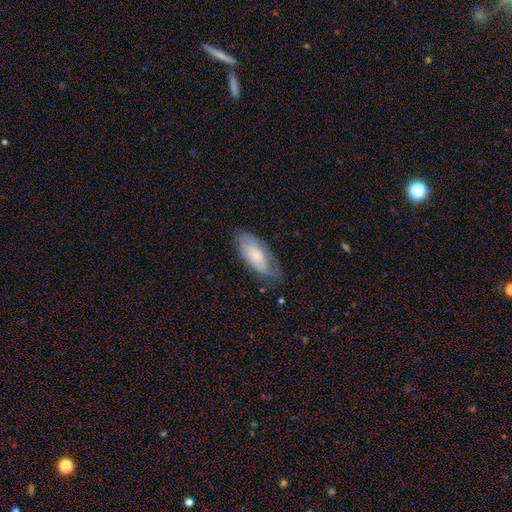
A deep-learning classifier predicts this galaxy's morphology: A smooth galaxy with no disk features (52%) that is in between round and cigar-shaped (85%).

Vote fractions:
- Smooth or featured? smooth: 52% / featured or disk: 41% / star or artifact: 7%
- How rounded? in between: 85% / cigar-shaped: 13% / round: 2%
- Merging? none: 60% / minor disturbance: 28% / major disturbance: 10% / merger: 2%